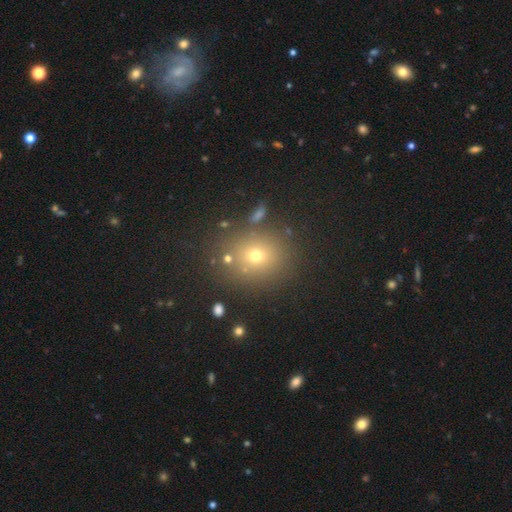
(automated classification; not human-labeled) A smooth galaxy with no disk features (67%) that is round (72%).

Vote fractions:
- Smooth or featured? smooth: 67% / star or artifact: 21% / featured or disk: 12%
- How rounded? round: 72% / in between: 27% / cigar-shaped: 1%
- Merging? none: 80% / minor disturbance: 10% / merger: 6% / major disturbance: 5%